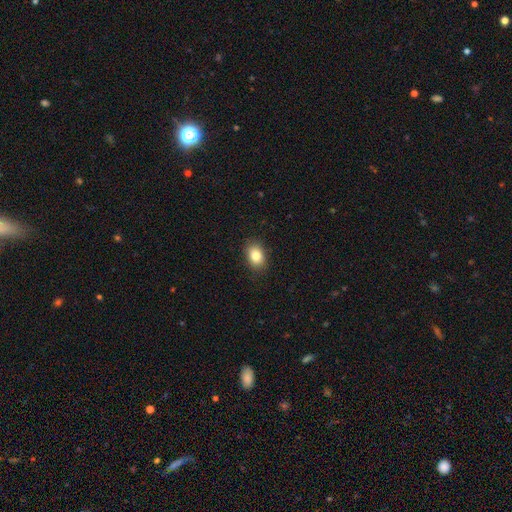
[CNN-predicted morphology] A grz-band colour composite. It shows a smooth galaxy with no disk features (84%) that is in between round and cigar-shaped (73%). Merging: none (87%).